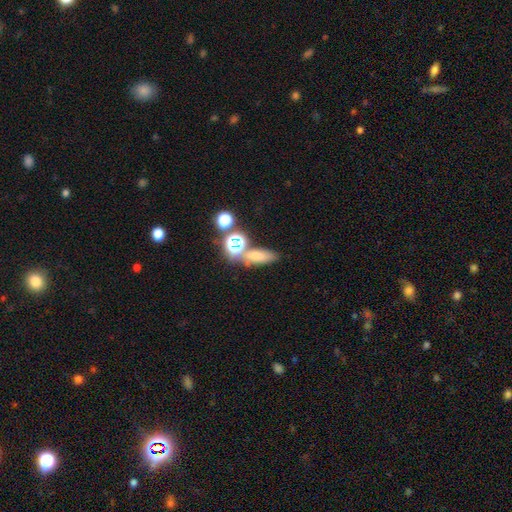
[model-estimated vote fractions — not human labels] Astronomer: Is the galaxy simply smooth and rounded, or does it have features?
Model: smooth — 64%.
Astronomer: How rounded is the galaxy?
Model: in between — 58%.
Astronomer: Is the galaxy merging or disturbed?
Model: none — 57%.